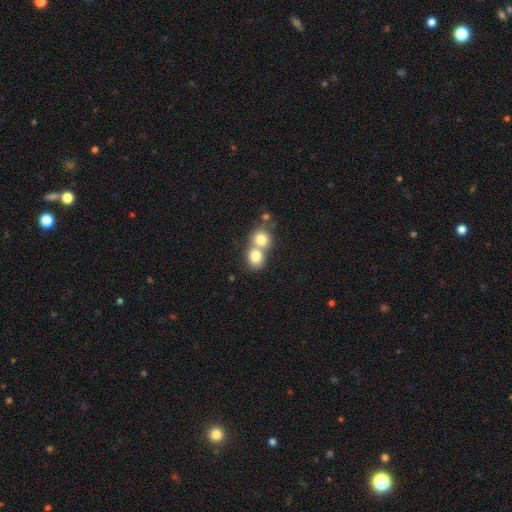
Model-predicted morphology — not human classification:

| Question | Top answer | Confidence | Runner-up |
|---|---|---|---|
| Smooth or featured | smooth | 77% | featured or disk (13%) |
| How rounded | round | 69% | in between (30%) |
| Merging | merger | 65% | none (28%) |